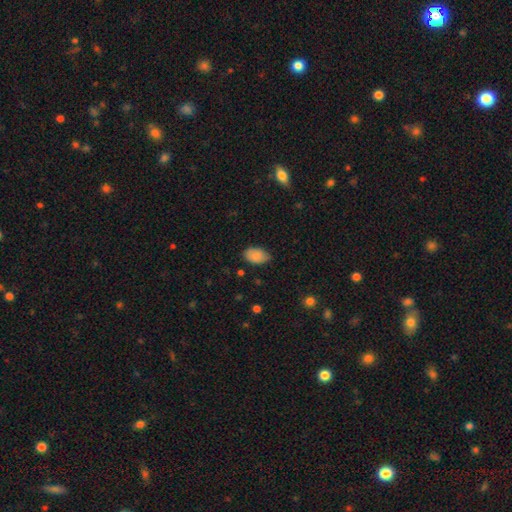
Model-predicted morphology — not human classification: type=smooth (86%); roundness=in between (90%); merging=none (73%).